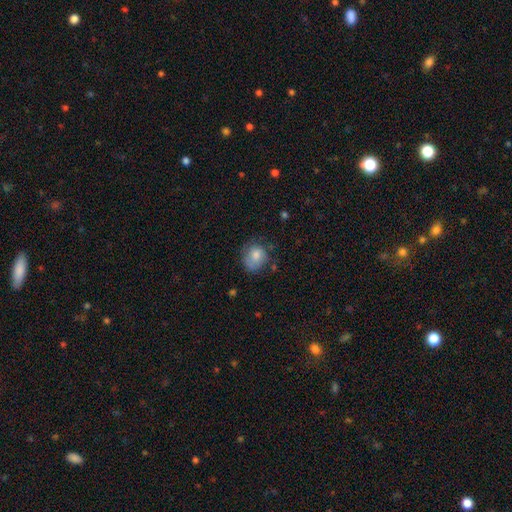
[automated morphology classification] Smooth or featured? Predicted: smooth (p=0.71). How rounded? Predicted: round (p=0.70). Merging? Predicted: none (p=0.55).